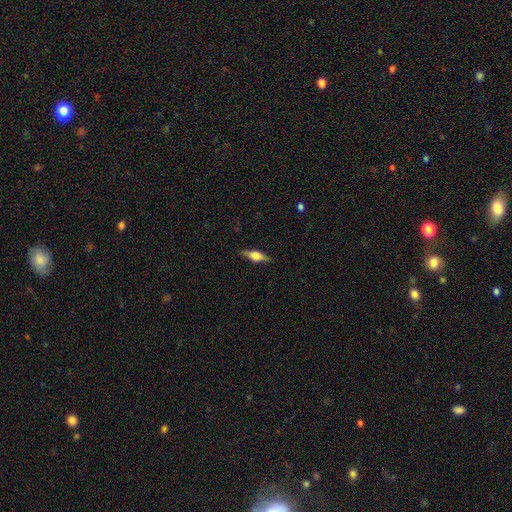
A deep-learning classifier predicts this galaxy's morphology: Smooth or featured?
  - featured or disk: 53% *
  - smooth: 40%
  - star or artifact: 7%
Edge-on disk?
  - yes: 95% *
  - no: 5%
Edge-on bulge?
  - rounded: 88% *
  - boxy: 10%
  - none: 2%
Merging?
  - none: 87% *
  - minor disturbance: 10%
  - major disturbance: 2%
  - merger: 1%